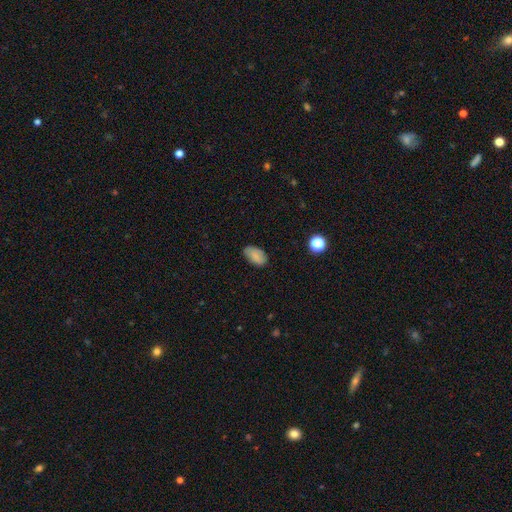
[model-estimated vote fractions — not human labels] Overall: smooth (83%). How rounded: in between (93%). Merging: none (77%).